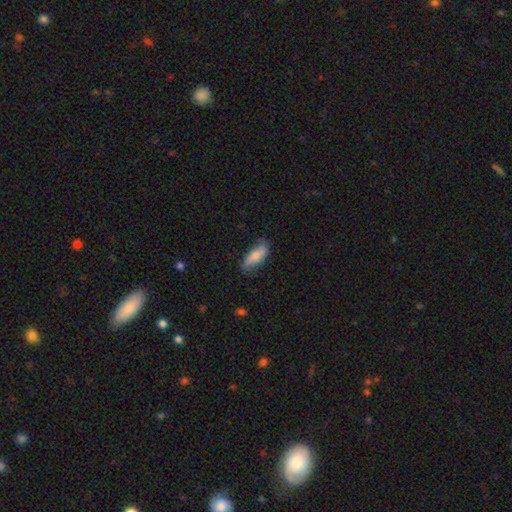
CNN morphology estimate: Q: Smooth or featured?
A: smooth (68%); runner-up: featured or disk (26%)
Q: How rounded?
A: in between (71%); runner-up: cigar-shaped (27%)
Q: Merging?
A: none (68%); runner-up: minor disturbance (25%)